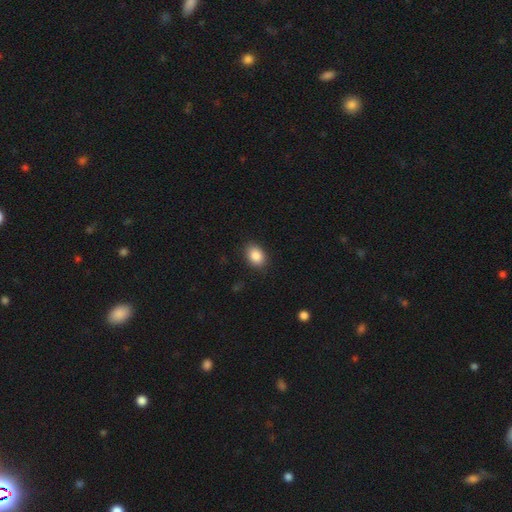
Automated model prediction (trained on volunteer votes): Smooth or featured?
  - smooth: 88% *
  - star or artifact: 8%
  - featured or disk: 4%
How rounded?
  - in between: 73% *
  - round: 26%
  - cigar-shaped: 1%
Merging?
  - none: 87% *
  - minor disturbance: 9%
  - major disturbance: 2%
  - merger: 1%